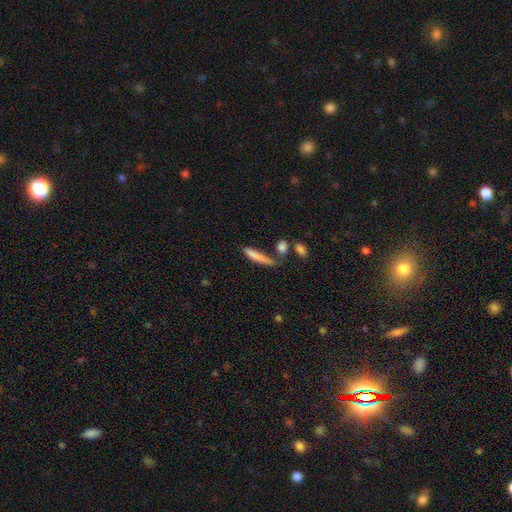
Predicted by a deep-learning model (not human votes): Smooth or featured?
  - smooth: 79% *
  - featured or disk: 14%
  - star or artifact: 7%
How rounded?
  - cigar-shaped: 82% *
  - in between: 16%
  - round: 2%
Merging?
  - none: 53% *
  - minor disturbance: 22%
  - merger: 14%
  - major disturbance: 11%